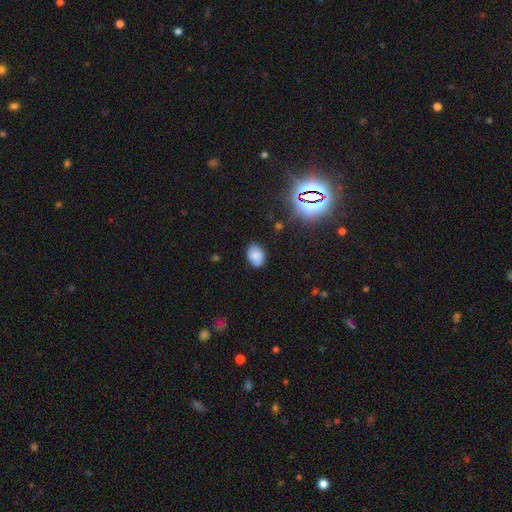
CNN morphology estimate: type=smooth (80%); roundness=in between (79%); merging=none (81%).